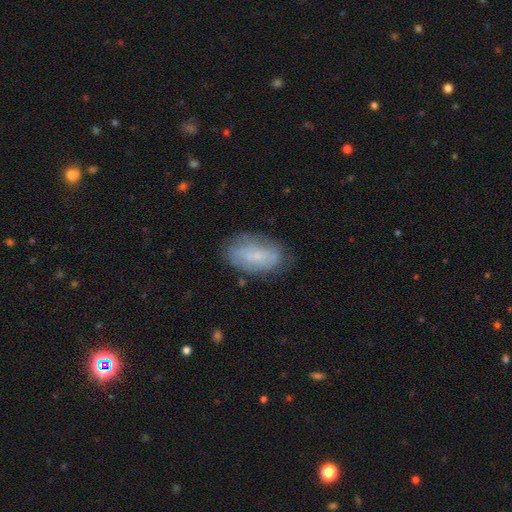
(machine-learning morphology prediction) Smooth or featured? Predicted: smooth (p=0.52). How rounded? Predicted: in between (p=0.91). Merging? Predicted: none (p=0.70).